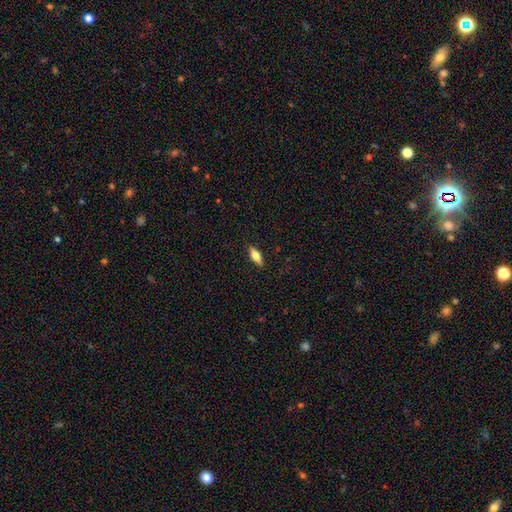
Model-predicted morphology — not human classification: The model was most divided on "smooth or featured": smooth: 59%, featured or disk: 34%, star or artifact: 7%. More confident: merging — none (88%); how rounded — in between (64%).